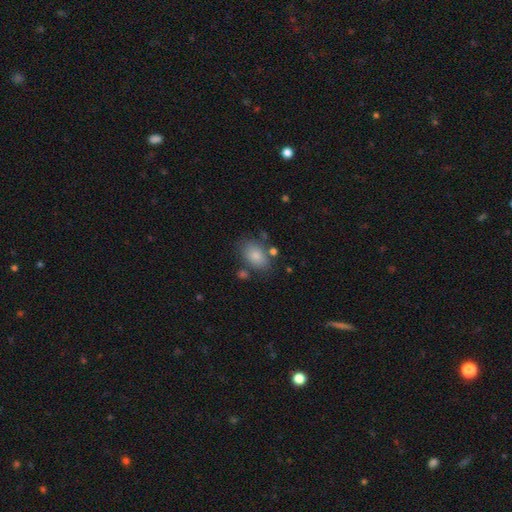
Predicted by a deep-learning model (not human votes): Smooth or featured?
  - smooth: 83% *
  - featured or disk: 9%
  - star or artifact: 8%
How rounded?
  - in between: 85% *
  - round: 14%
  - cigar-shaped: 2%
Merging?
  - none: 71% *
  - minor disturbance: 17%
  - merger: 7%
  - major disturbance: 5%